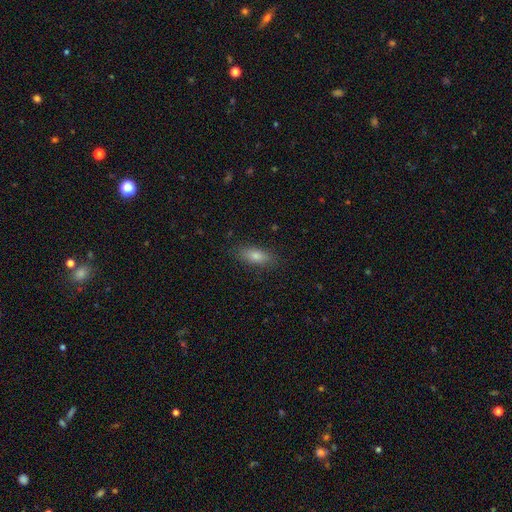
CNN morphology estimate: Overall: smooth (75%). How rounded: in between (67%; cigar-shaped 29%). Merging: none (86%).